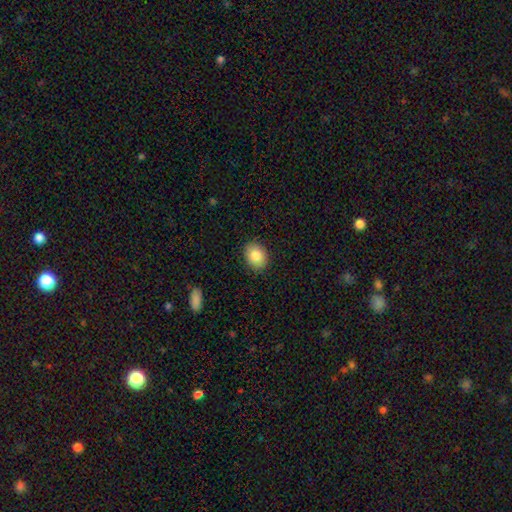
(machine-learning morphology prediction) smooth 86%, star or artifact 8%, featured or disk 7%. Down the decision tree: how rounded — in between (64%); merging — none (88%).